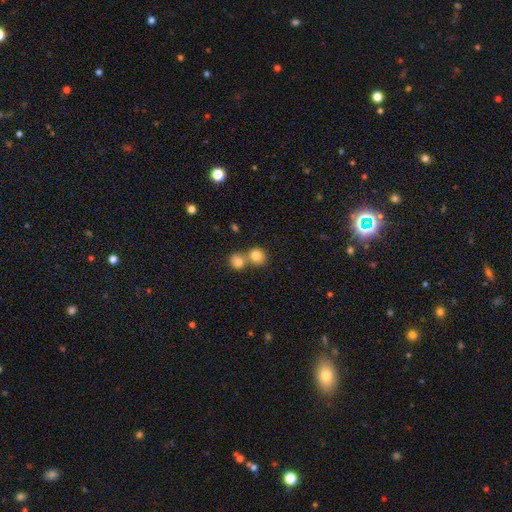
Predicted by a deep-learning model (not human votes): smooth 82%, star or artifact 10%, featured or disk 8%. Down the decision tree: how rounded — round (78%); merging — merger (49%).